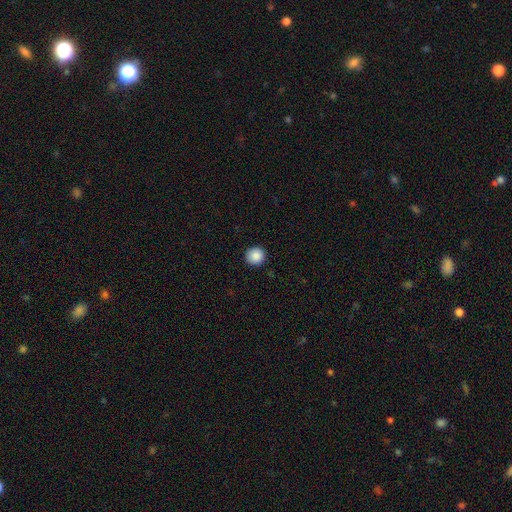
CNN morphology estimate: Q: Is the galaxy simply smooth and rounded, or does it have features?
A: smooth — 89%.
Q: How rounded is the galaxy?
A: round — 94%.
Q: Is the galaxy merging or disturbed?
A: none — 92%.